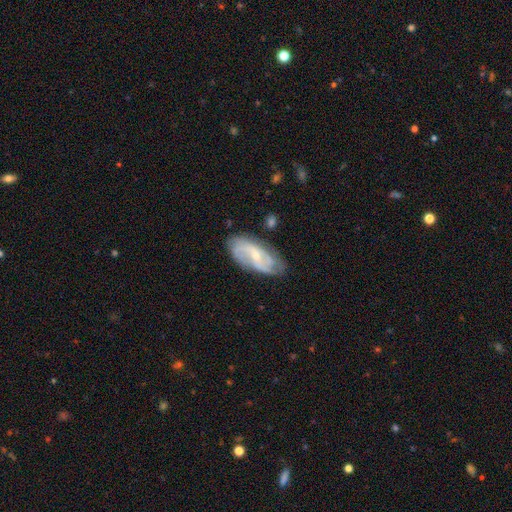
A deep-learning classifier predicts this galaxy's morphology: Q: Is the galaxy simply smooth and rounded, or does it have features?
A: featured or disk — 76%.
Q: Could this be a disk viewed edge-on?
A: no — 93%.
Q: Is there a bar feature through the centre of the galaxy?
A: weak — 43%, tied with no.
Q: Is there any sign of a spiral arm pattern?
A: yes — 91%.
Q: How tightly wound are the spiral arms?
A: medium — 43%.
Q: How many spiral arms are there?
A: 2 — 50%.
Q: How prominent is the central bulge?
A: small — 68%.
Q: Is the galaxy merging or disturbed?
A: none — 74%.